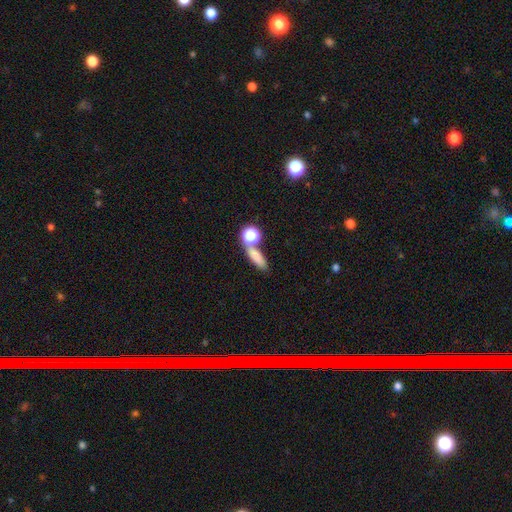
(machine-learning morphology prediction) A smooth galaxy with no disk features (76%) that is in between round and cigar-shaped (45%).

Vote fractions:
- Smooth or featured? smooth: 76% / star or artifact: 14% / featured or disk: 9%
- How rounded? in between: 45% / cigar-shaped: 39% / round: 17%
- Merging? none: 62% / merger: 22% / minor disturbance: 11% / major disturbance: 5%